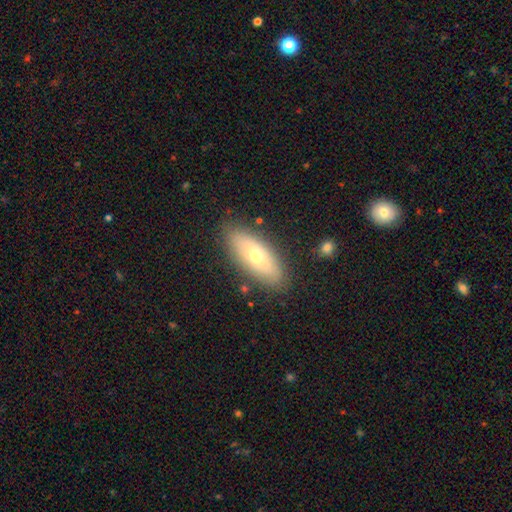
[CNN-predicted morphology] Smooth or featured? Predicted: smooth (p=0.60). How rounded? Predicted: in between (p=0.69). Merging? Predicted: none (p=0.87).